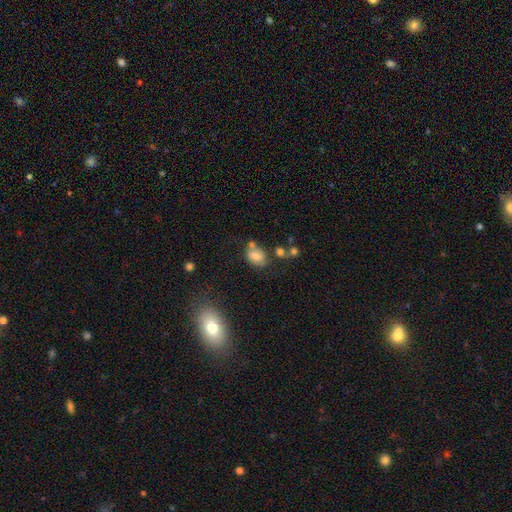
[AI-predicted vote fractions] A smooth galaxy with no disk features (73%) that is in between round and cigar-shaped (59%).

Vote fractions:
- Smooth or featured? smooth: 73% / featured or disk: 16% / star or artifact: 11%
- How rounded? in between: 59% / round: 40% / cigar-shaped: 1%
- Merging? none: 52% / merger: 20% / minor disturbance: 20% / major disturbance: 7%